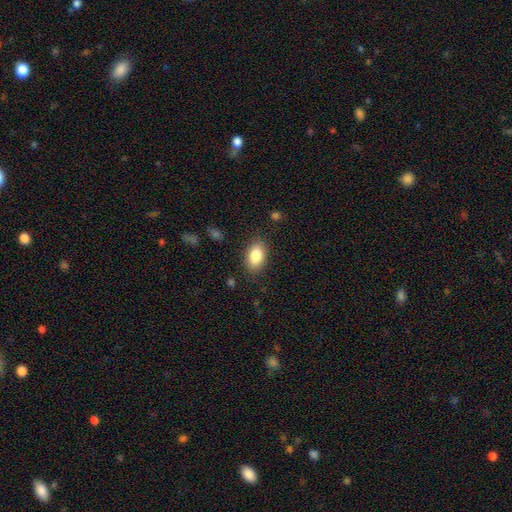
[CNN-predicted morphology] smooth 84%, featured or disk 9%, star or artifact 7%. Down the decision tree: how rounded — in between (90%); merging — none (85%).